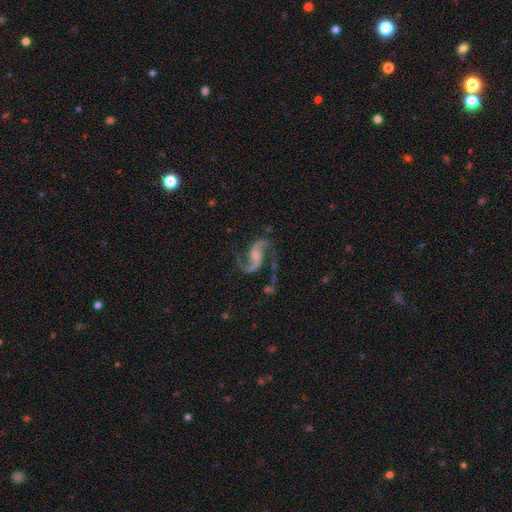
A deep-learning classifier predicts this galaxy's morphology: The model was most divided on "bar": no: 49%, weak: 37%, strong: 14%. More confident: spiral arms — yes (98%); edge-on disk — no (98%); spiral arm count — 2 (94%); smooth or featured — featured or disk (92%); merging — none (70%); bulge size — small (55%); spiral winding — loose (53%).